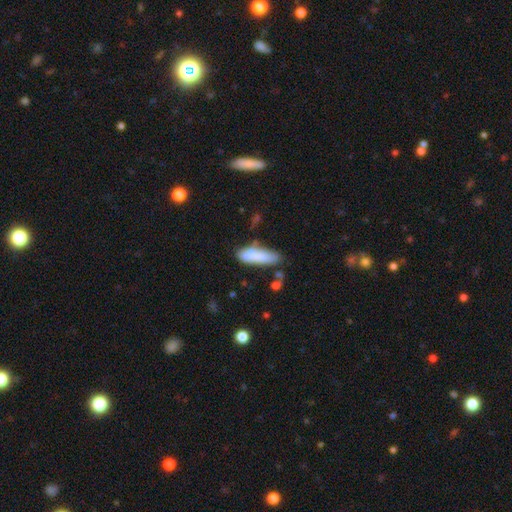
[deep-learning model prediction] Smooth or featured: smooth — 82% (featured or disk — 11%)
How rounded: cigar-shaped — 52% (in between — 46%)
Merging: none — 62% (minor disturbance — 24%)